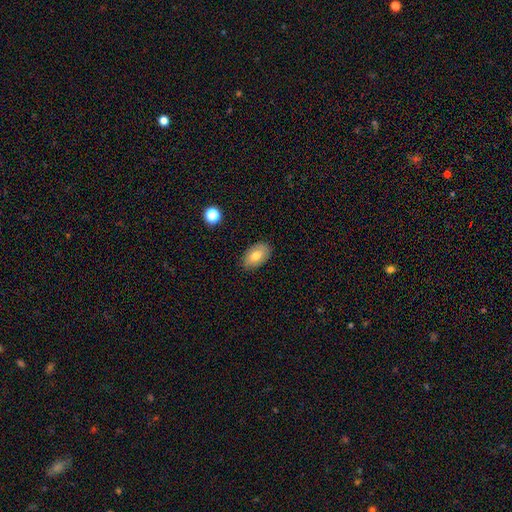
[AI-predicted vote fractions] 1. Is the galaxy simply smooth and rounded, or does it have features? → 76% smooth, 16% featured or disk, 8% star or artifact.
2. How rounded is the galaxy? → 91% in between, 7% round, 1% cigar-shaped.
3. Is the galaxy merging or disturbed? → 85% none, 11% minor disturbance, 2% major disturbance, 1% merger.